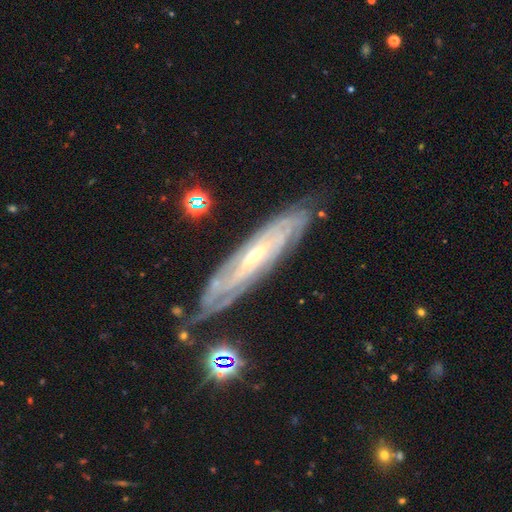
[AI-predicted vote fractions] Smooth or featured? Predicted: featured or disk (p=0.86). Edge-on disk? Predicted: no (p=0.72). Bar? Predicted: no (p=0.44). Spiral arms? Predicted: yes (p=0.94). Spiral winding? Predicted: tight (p=0.76). Spiral arm count? Predicted: can't tell (p=0.50). Bulge size? Predicted: small (p=0.58). Merging? Predicted: none (p=0.80).